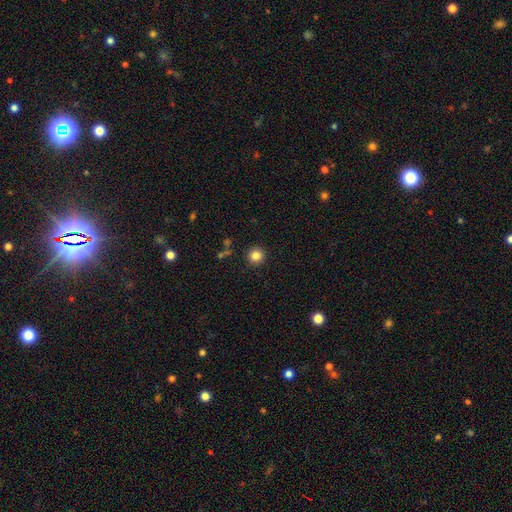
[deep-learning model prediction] smooth_or_featured: smooth (p=0.83) [alt: star or artifact p=0.12]
how_rounded: round (p=0.95) [alt: in between p=0.04]
merging: none (p=0.90) [alt: minor disturbance p=0.06]